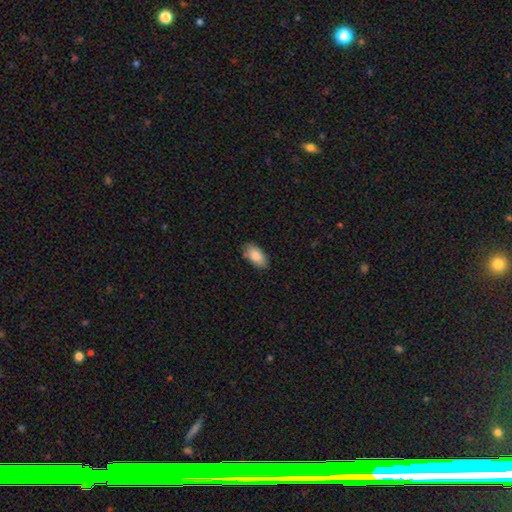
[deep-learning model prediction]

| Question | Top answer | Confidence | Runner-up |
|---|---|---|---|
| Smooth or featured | smooth | 86% | featured or disk (7%) |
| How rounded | in between | 94% | round (3%) |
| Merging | none | 80% | minor disturbance (16%) |